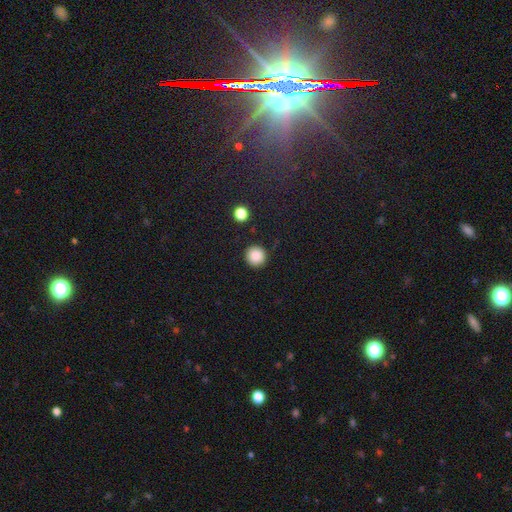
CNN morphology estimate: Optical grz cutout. It shows a smooth galaxy with no disk features (87%) that is round (95%). Merging: none (91%).